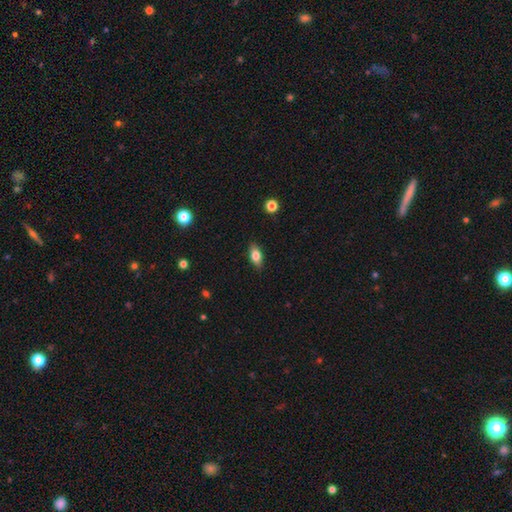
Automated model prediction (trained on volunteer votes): Smooth or featured?
  - smooth: 77% *
  - featured or disk: 15%
  - star or artifact: 8%
How rounded?
  - in between: 85% *
  - cigar-shaped: 10%
  - round: 5%
Merging?
  - none: 87% *
  - minor disturbance: 10%
  - major disturbance: 2%
  - merger: 1%